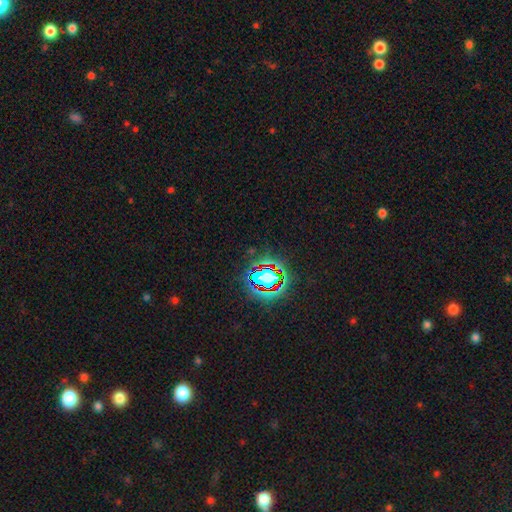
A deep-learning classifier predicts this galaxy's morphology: smooth_or_featured: star or artifact (p=0.80) [alt: smooth p=0.11]